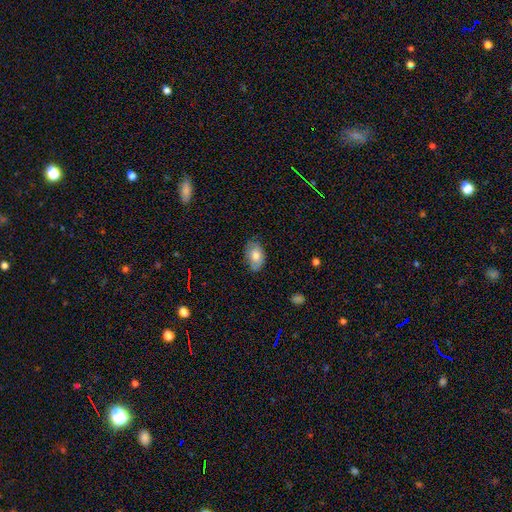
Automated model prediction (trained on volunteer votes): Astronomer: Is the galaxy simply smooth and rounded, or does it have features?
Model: smooth — 73%.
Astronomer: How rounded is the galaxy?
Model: in between — 91%.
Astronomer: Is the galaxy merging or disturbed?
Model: none — 73%.